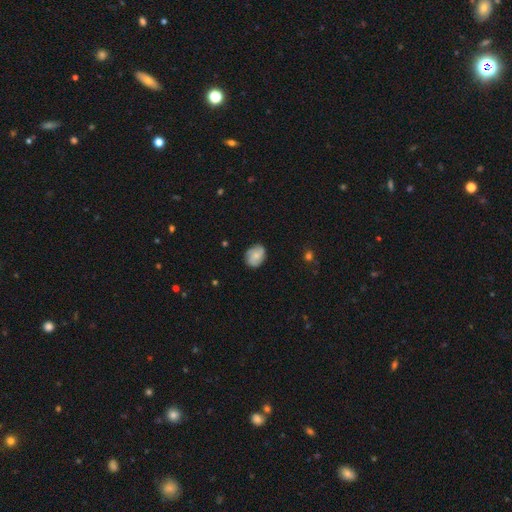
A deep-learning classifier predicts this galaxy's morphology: Smooth or featured?
  - smooth: 61% *
  - featured or disk: 31%
  - star or artifact: 8%
How rounded?
  - in between: 64% *
  - round: 35%
  - cigar-shaped: 1%
Merging?
  - none: 77% *
  - minor disturbance: 18%
  - major disturbance: 4%
  - merger: 1%